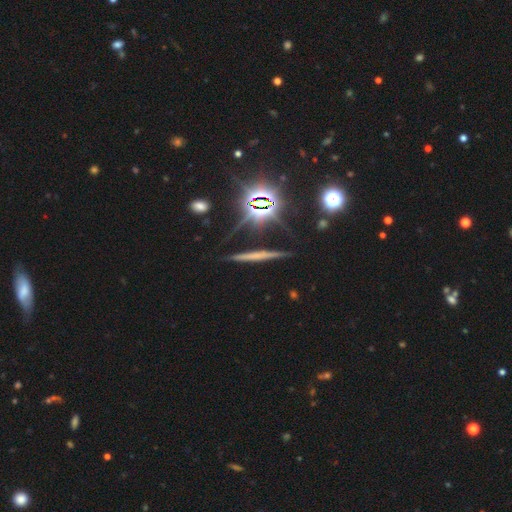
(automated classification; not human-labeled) Smooth or featured?
  - featured or disk: 39% *
  - smooth: 33%
  - star or artifact: 28%
Merging?
  - none: 84% *
  - minor disturbance: 10%
  - major disturbance: 3%
  - merger: 3%